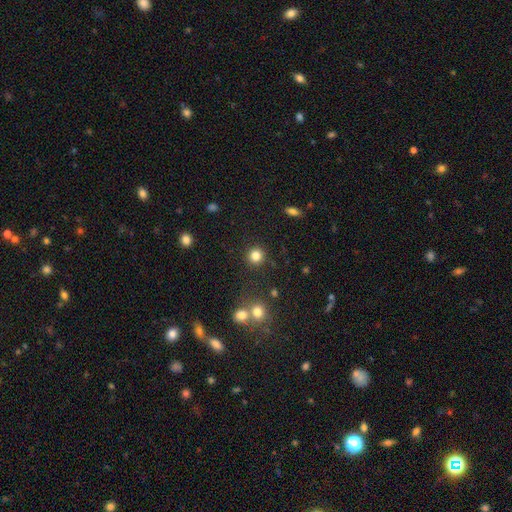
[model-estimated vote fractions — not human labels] smooth 83%, star or artifact 12%, featured or disk 5%. Down the decision tree: how rounded — round (92%); merging — none (87%).